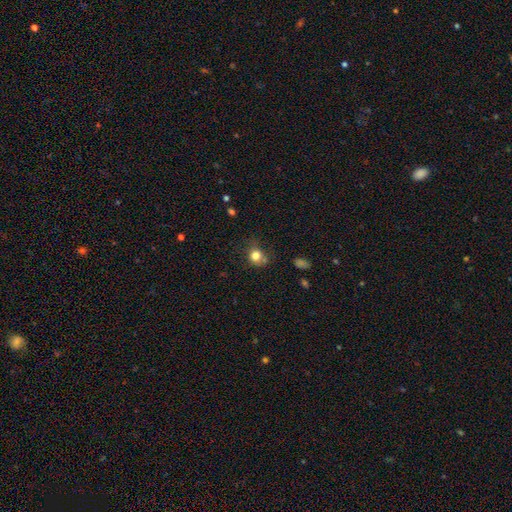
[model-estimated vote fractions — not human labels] A smooth galaxy with no disk features (79%) that is round (71%). Merging: none (53%).